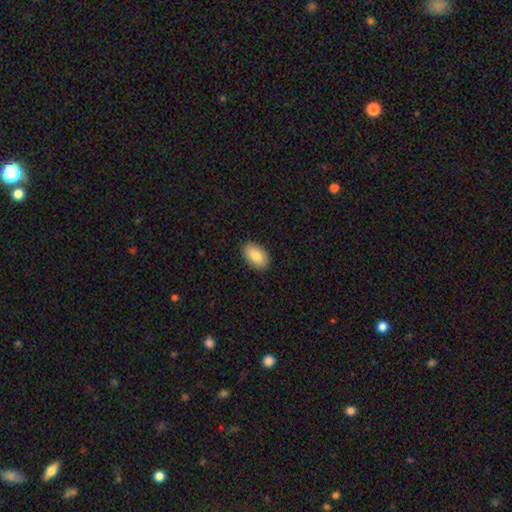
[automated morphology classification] Smooth or featured?
  - smooth: 84% *
  - featured or disk: 10%
  - star or artifact: 7%
How rounded?
  - in between: 92% *
  - round: 7%
  - cigar-shaped: 1%
Merging?
  - none: 89% *
  - minor disturbance: 8%
  - major disturbance: 2%
  - merger: 1%